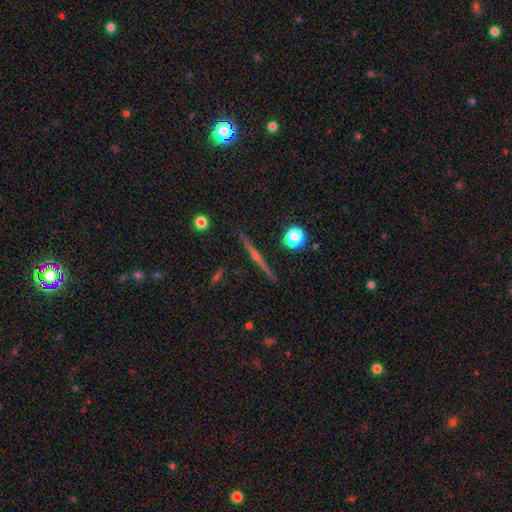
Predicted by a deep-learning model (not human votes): A featured or disk galaxy (76%) viewed edge-on (98%) with a rounded central bulge (72%).

Vote fractions:
- Smooth or featured? featured or disk: 76% / smooth: 15% / star or artifact: 9%
- Edge-on disk? yes: 98% / no: 2%
- Edge-on bulge? rounded: 72% / none: 21% / boxy: 8%
- Merging? none: 92% / minor disturbance: 6% / merger: 1% / major disturbance: 1%